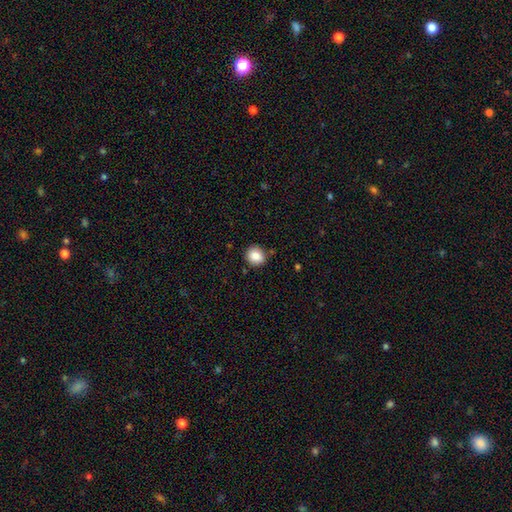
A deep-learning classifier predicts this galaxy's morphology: Smooth or featured? smooth (85%)
How rounded? round (82%)
Merging? none (86%)